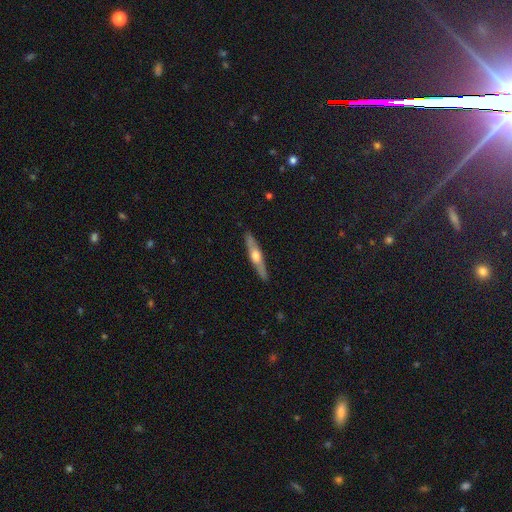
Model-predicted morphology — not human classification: Q: Smooth or featured?
A: featured or disk (60%); runner-up: smooth (35%)
Q: Edge-on disk?
A: yes (91%); runner-up: no (9%)
Q: Edge-on bulge?
A: rounded (90%); runner-up: none (6%)
Q: Merging?
A: none (89%); runner-up: minor disturbance (8%)